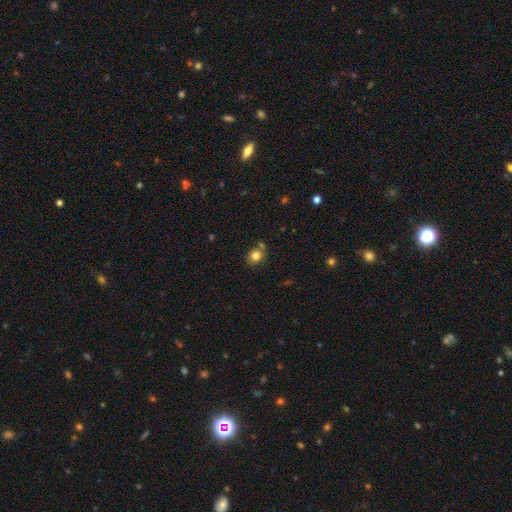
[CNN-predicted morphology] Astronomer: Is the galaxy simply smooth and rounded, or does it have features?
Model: smooth — 81%.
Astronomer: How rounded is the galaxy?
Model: round — 77%.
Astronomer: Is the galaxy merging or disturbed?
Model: none — 70%.